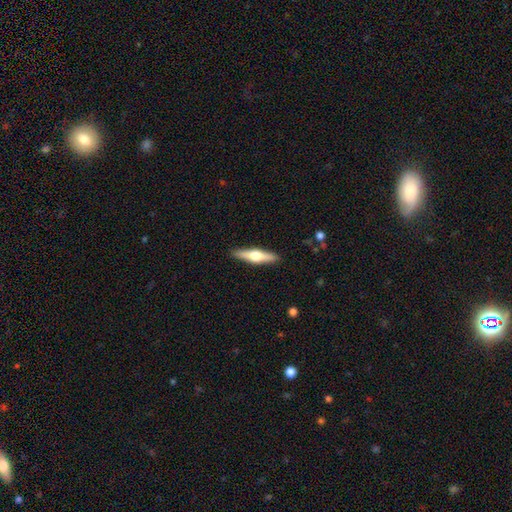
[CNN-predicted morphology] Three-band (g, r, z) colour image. It shows a featured or disk galaxy (57%) viewed edge-on (96%) with a rounded central bulge (94%). Merging: none (91%).